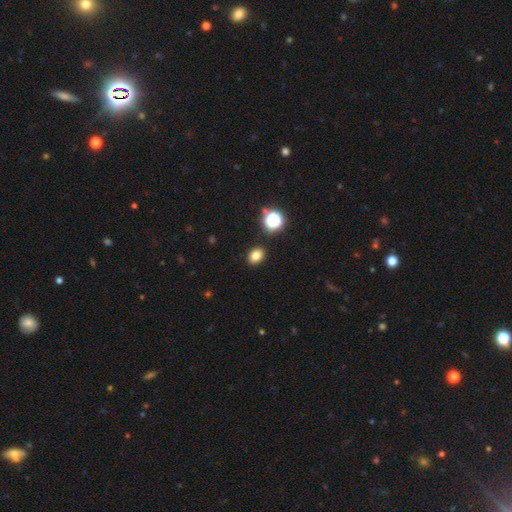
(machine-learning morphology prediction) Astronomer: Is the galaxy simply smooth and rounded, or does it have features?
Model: smooth — 79%.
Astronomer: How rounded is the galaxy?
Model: in between — 55% (runner-up: round, 44%).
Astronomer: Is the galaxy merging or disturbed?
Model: none — 89%.